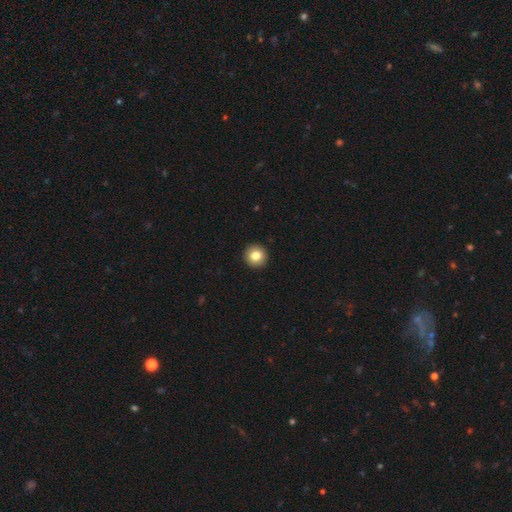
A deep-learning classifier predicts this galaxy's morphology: Smooth or featured?
  - smooth: 81% *
  - star or artifact: 10%
  - featured or disk: 9%
How rounded?
  - round: 95% *
  - in between: 4%
  - cigar-shaped: 1%
Merging?
  - none: 94% *
  - minor disturbance: 4%
  - major disturbance: 1%
  - merger: 1%